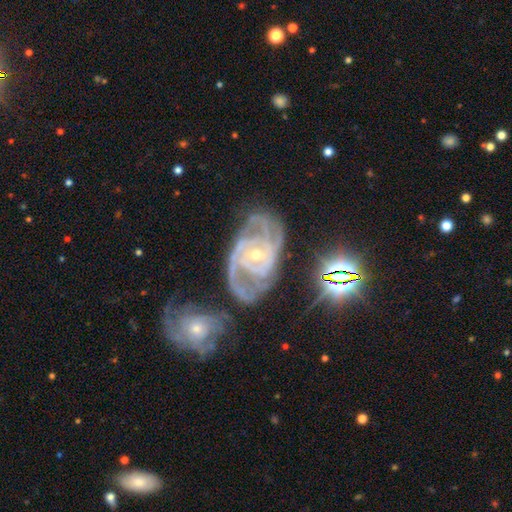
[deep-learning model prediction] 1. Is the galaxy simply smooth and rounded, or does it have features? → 89% featured or disk, 7% star or artifact, 4% smooth.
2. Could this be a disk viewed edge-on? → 97% no, 3% yes.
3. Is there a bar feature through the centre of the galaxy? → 57% no, 30% weak, 13% strong.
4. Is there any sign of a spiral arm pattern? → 97% yes, 3% no.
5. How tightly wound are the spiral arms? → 57% tight, 36% medium, 7% loose.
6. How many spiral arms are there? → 32% 3, 19% 2, 19% can't tell, 17% 4, 7% more than 4, 6% 1.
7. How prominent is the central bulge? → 62% small, 35% moderate, 1% large, 1% none, 1% dominant.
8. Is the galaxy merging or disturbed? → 51% none, 22% minor disturbance, 16% major disturbance, 11% merger.